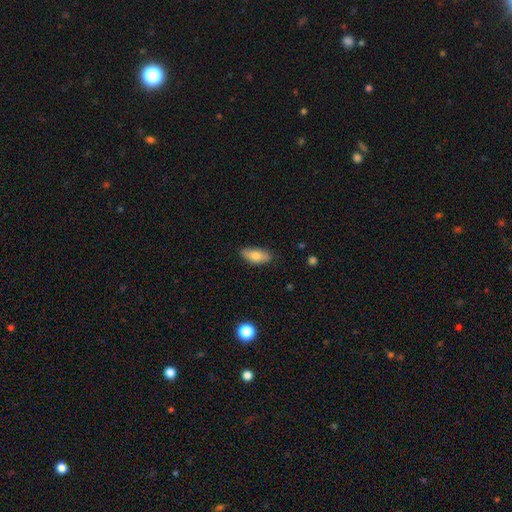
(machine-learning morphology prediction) A smooth galaxy with no disk features (76%) that is in between round and cigar-shaped (81%).

Vote fractions:
- Smooth or featured? smooth: 76% / featured or disk: 18% / star or artifact: 7%
- How rounded? in between: 81% / cigar-shaped: 16% / round: 3%
- Merging? none: 83% / minor disturbance: 13% / major disturbance: 2% / merger: 1%